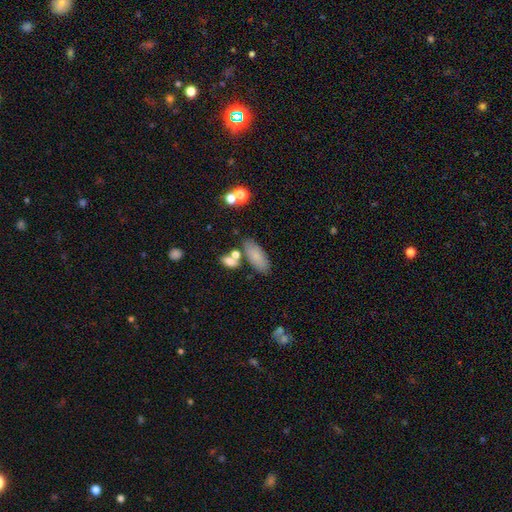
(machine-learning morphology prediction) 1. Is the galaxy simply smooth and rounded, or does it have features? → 78% smooth, 14% featured or disk, 9% star or artifact.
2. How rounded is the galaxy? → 79% in between, 18% cigar-shaped, 3% round.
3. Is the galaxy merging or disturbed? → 71% none, 14% minor disturbance, 12% merger, 4% major disturbance.